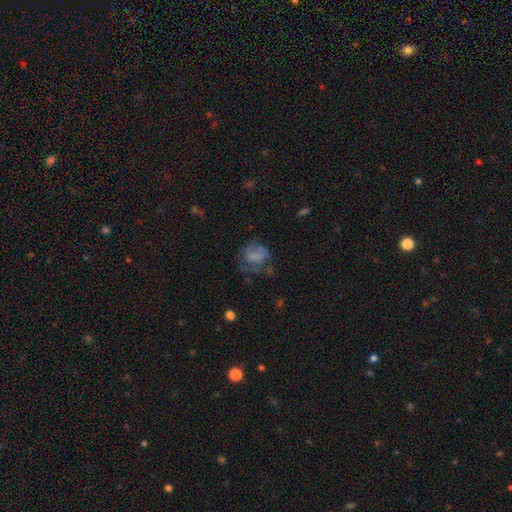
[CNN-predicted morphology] Smooth or featured? smooth (52%)
How rounded? round (56%)
Merging? major disturbance (39%)